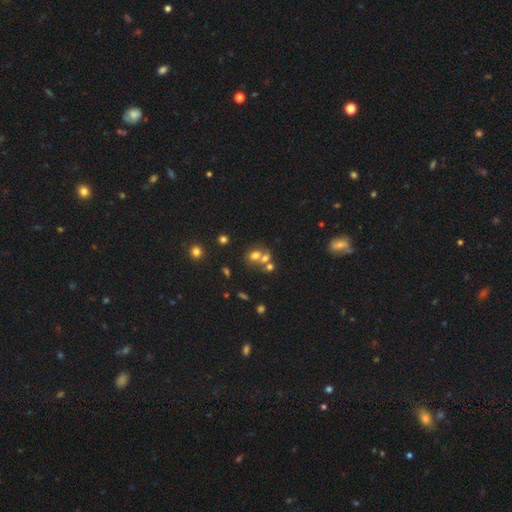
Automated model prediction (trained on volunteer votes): This appears to be a smooth galaxy with no disk features (62%) that is round (57%). Merging: merger (50%).